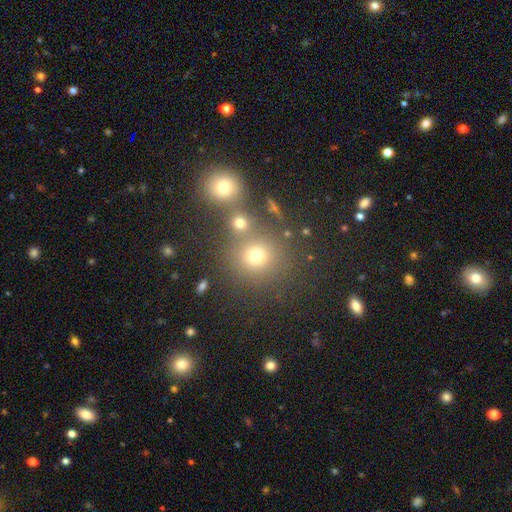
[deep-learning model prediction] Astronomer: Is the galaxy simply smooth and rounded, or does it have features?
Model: smooth — 70%.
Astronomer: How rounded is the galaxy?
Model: round — 86%.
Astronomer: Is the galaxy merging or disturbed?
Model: none — 62%.